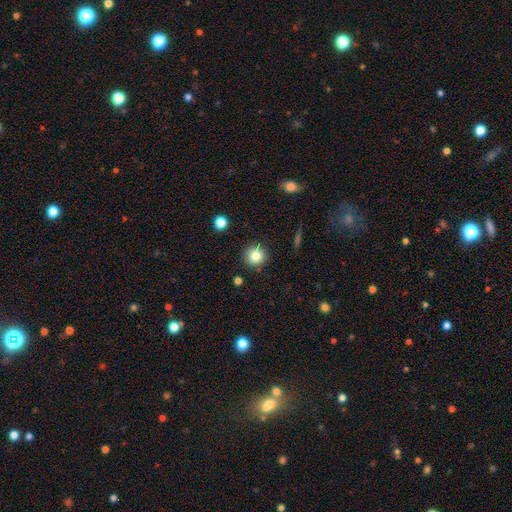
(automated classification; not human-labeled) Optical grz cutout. It shows a smooth galaxy with no disk features (83%) that is round (93%). Merging: none (89%).